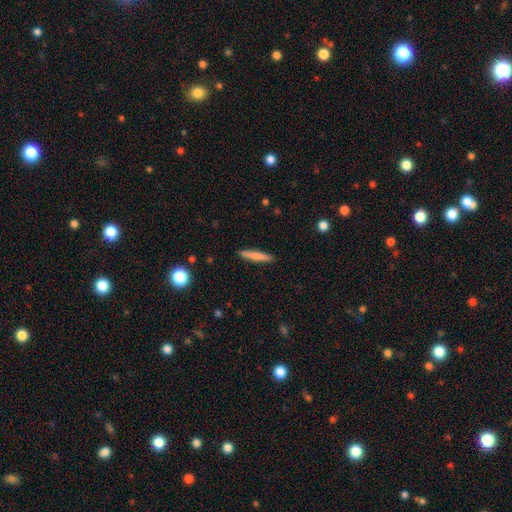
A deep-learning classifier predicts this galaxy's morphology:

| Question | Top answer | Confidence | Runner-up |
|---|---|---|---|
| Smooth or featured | smooth | 77% | featured or disk (17%) |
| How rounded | cigar-shaped | 93% | in between (5%) |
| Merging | none | 91% | minor disturbance (7%) |